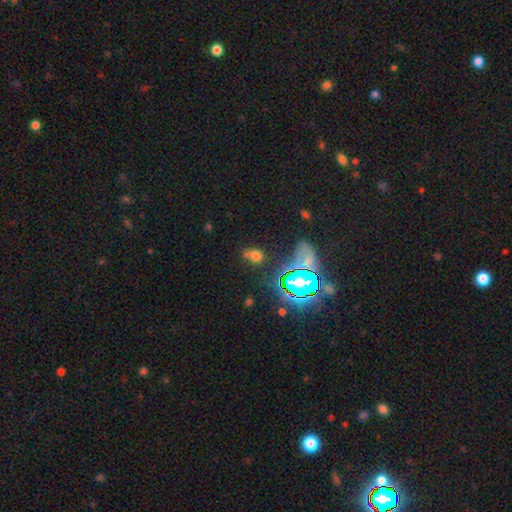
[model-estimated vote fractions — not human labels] smooth 55%, star or artifact 33%, featured or disk 12%. Down the decision tree: how rounded — round (50%); merging — none (55%).